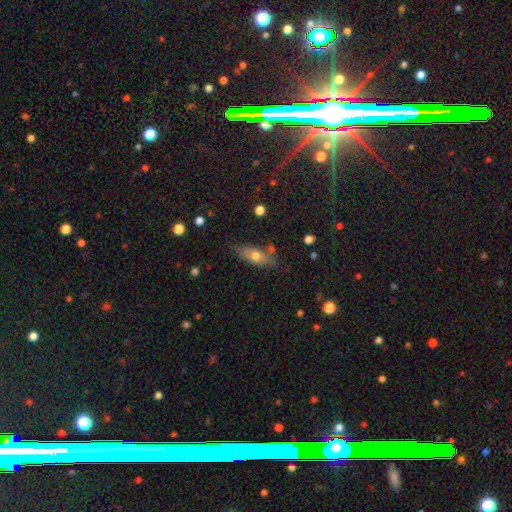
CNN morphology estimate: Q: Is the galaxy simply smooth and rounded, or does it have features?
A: smooth — 65%.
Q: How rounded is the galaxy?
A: in between — 74%.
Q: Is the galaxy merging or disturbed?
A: none — 73%.